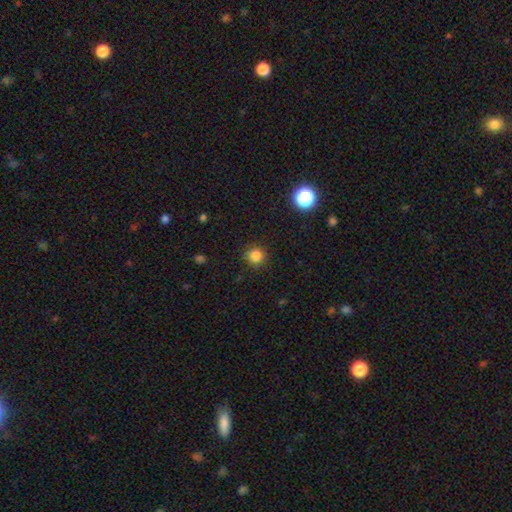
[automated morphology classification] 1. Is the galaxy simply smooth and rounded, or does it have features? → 83% smooth, 13% star or artifact, 4% featured or disk.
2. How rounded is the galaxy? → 93% round, 6% in between, 1% cigar-shaped.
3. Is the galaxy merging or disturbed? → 88% none, 8% minor disturbance, 2% major disturbance, 1% merger.